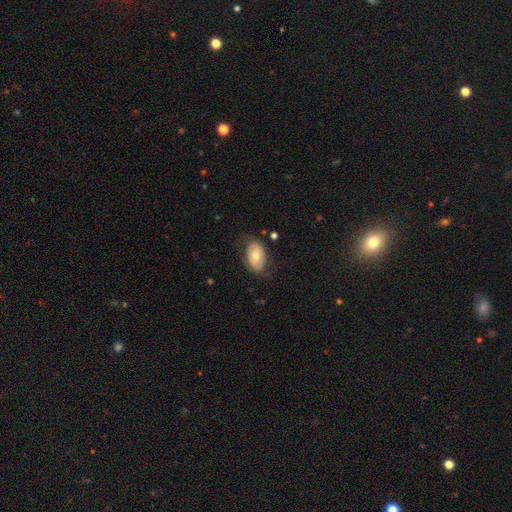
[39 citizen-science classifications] Smooth or featured? smooth (64%)
How rounded? in between (88%)
Merging? none (47%)